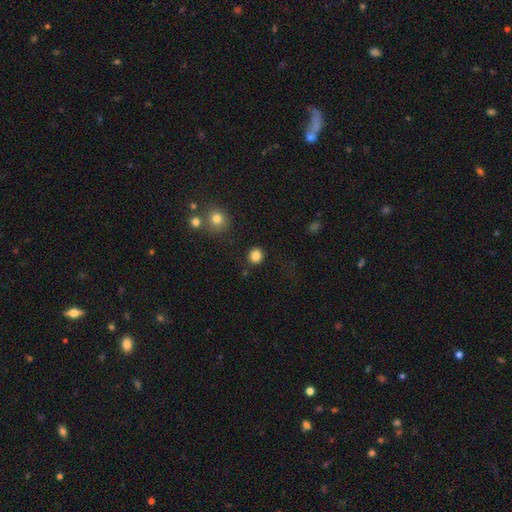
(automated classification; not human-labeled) A smooth galaxy with no disk features (84%) that is round (84%). Merging: none (87%).